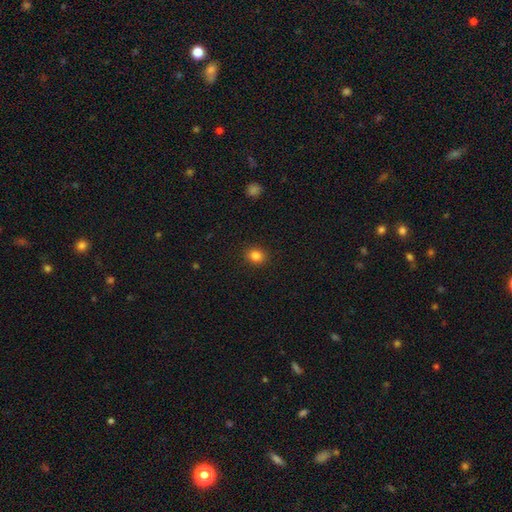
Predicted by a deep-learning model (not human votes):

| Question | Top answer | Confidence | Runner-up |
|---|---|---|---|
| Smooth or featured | smooth | 84% | star or artifact (11%) |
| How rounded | round | 71% | in between (28%) |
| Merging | none | 90% | minor disturbance (7%) |